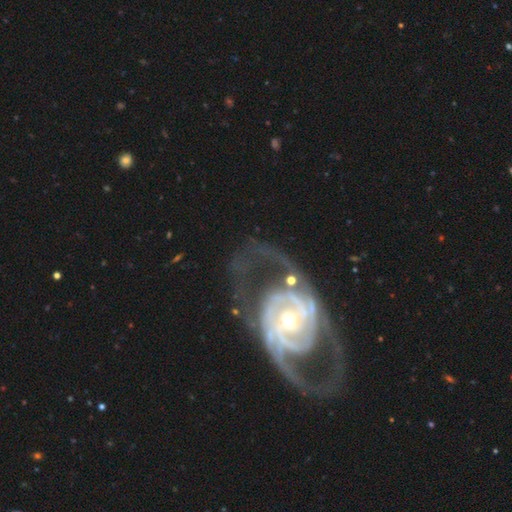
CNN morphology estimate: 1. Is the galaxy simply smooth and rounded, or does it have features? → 87% featured or disk, 7% smooth, 6% star or artifact.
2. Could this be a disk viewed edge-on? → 96% no, 4% yes.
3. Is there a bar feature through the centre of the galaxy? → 48% no, 28% weak, 24% strong.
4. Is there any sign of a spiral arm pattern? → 86% yes, 14% no.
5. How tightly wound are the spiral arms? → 45% medium, 31% tight, 25% loose.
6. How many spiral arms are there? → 80% 2, 9% can't tell, 3% 3, 3% 1, 2% 4, 2% more than 4.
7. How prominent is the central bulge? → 47% small, 42% moderate, 7% large, 2% dominant, 1% none.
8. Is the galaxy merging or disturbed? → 65% none, 20% major disturbance, 13% minor disturbance, 3% merger.